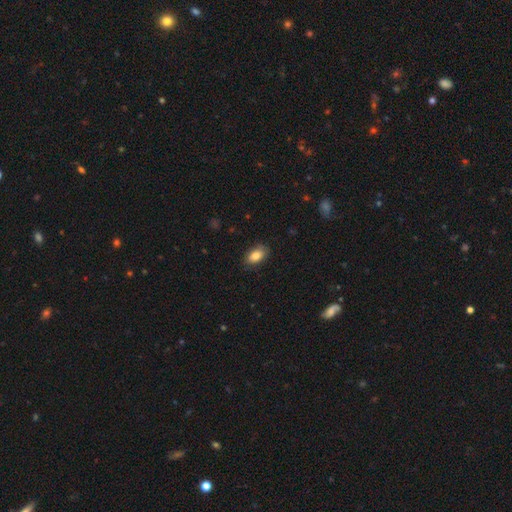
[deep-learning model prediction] The model was most divided on "merging": none: 82%, minor disturbance: 14%, major disturbance: 3%, merger: 1%. More confident: how rounded — in between (91%); smooth or featured — smooth (84%).